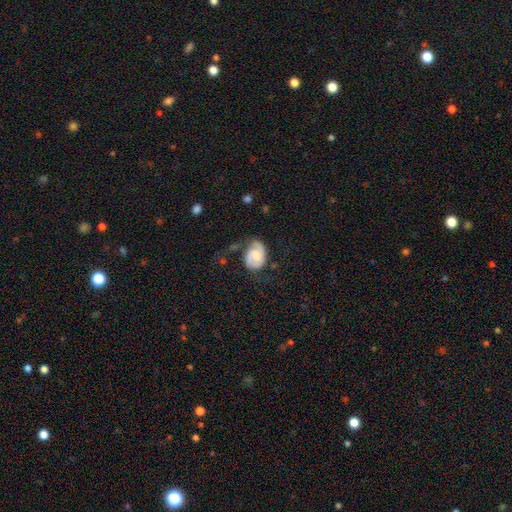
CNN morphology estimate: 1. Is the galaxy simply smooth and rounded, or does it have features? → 64% featured or disk, 29% smooth, 7% star or artifact.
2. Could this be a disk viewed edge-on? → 98% no, 2% yes.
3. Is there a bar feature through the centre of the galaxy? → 45% weak, 44% no, 11% strong.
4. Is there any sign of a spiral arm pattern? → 90% yes, 10% no.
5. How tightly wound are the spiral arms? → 43% medium, 39% tight, 18% loose.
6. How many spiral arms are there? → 73% 2, 15% 1, 9% can't tell, 1% 3, 1% 4, 1% more than 4.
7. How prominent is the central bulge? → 45% moderate, 28% small, 14% none, 12% large, 2% dominant.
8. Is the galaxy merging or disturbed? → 53% none, 27% minor disturbance, 17% major disturbance, 3% merger.